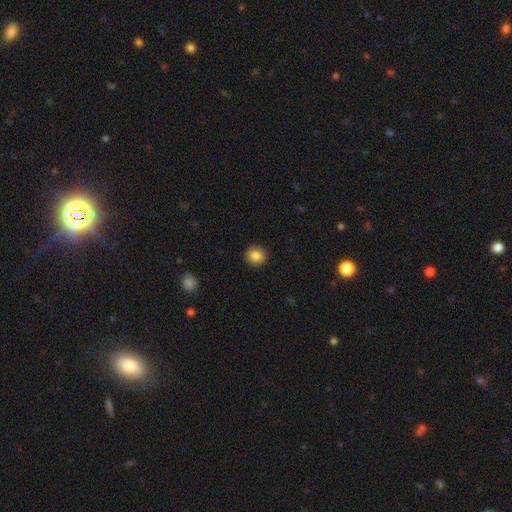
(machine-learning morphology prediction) Smooth or featured? smooth (85%)
How rounded? round (86%)
Merging? none (92%)